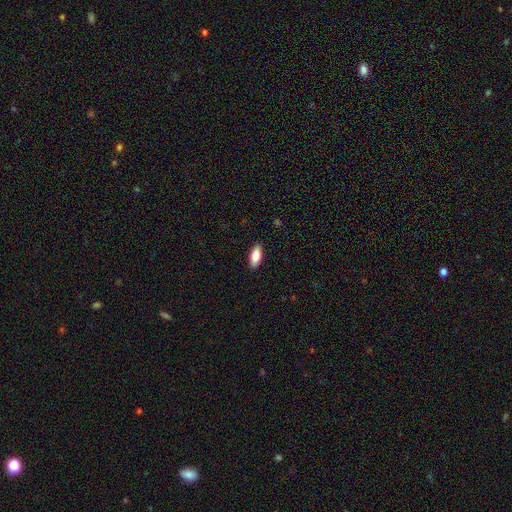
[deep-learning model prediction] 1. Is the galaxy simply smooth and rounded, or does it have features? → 83% smooth, 11% featured or disk, 6% star or artifact.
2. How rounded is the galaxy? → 78% in between, 20% cigar-shaped, 2% round.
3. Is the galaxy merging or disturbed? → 90% none, 8% minor disturbance, 2% major disturbance, 1% merger.